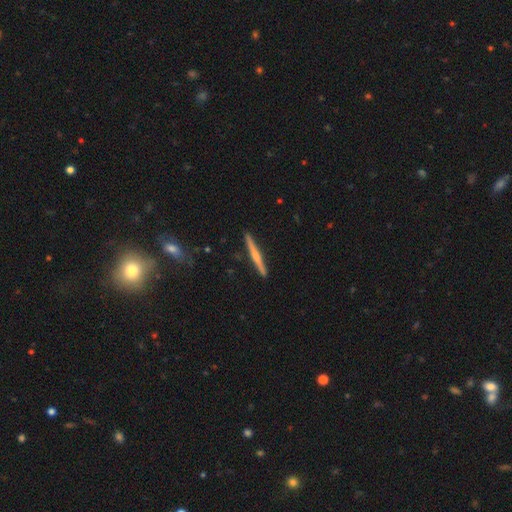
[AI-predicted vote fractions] This is likely a featured or disk galaxy (60%). It is clearly viewed edge-on (98%). Edge-on bulge: possibly rounded (60%). Merging: clearly none (91%).